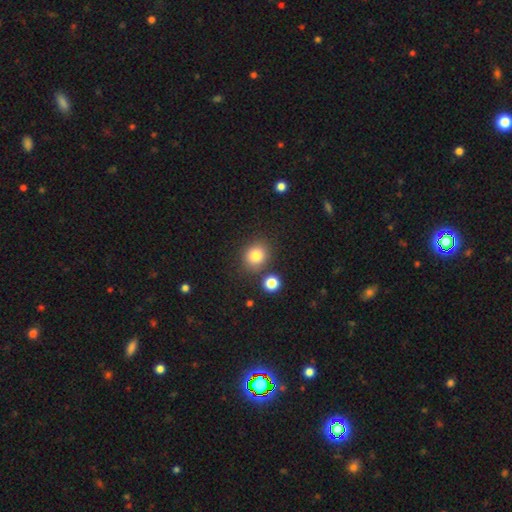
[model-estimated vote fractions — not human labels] A smooth galaxy with no disk features (81%) that is round (76%). Merging: none (80%).